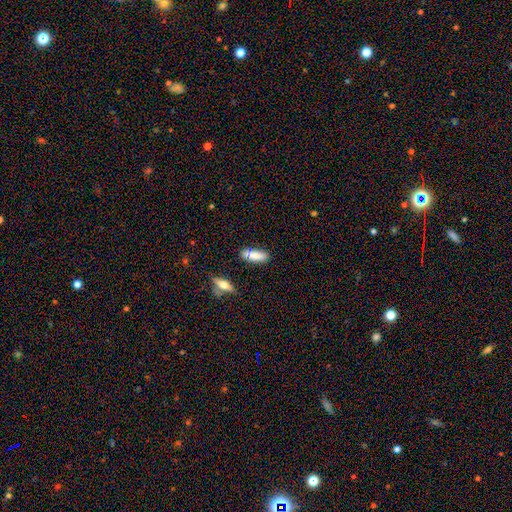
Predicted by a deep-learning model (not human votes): This appears to be a smooth galaxy with no disk features (79%) that is in between round and cigar-shaped (61%). Merging: none (70%).